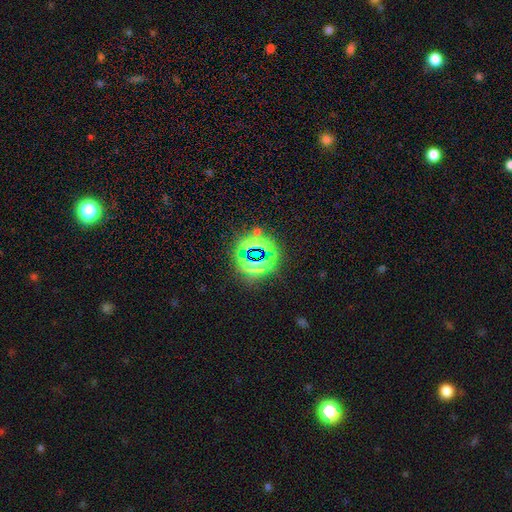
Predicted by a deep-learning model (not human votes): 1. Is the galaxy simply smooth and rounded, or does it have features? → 74% star or artifact, 16% smooth, 10% featured or disk.